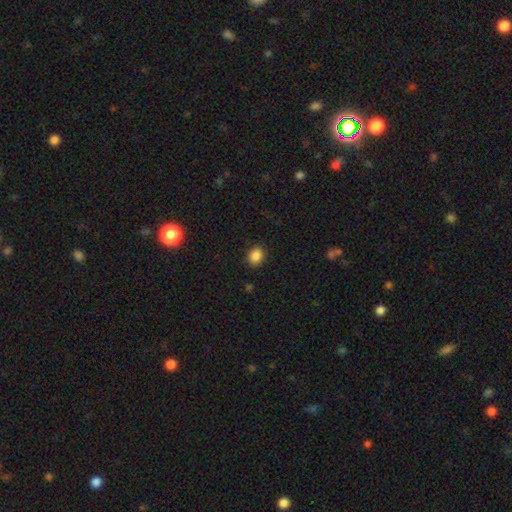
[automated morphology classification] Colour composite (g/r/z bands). It shows a smooth galaxy with no disk features (87%) that is round (52%). Merging: none (89%).